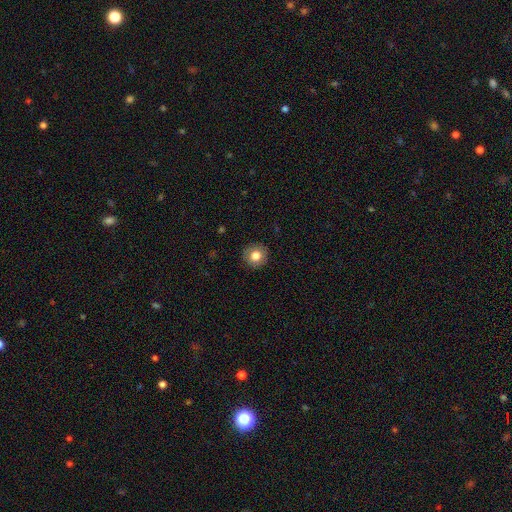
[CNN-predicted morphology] type=smooth (80%); roundness=round (93%); merging=none (91%).